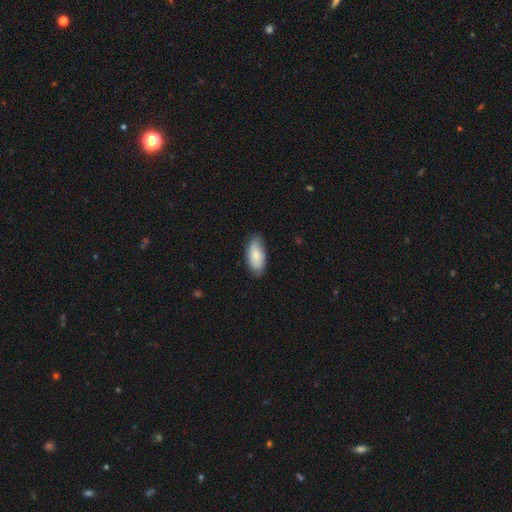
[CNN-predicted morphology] Smooth or featured? Predicted: smooth (p=0.80). How rounded? Predicted: in between (p=0.92). Merging? Predicted: none (p=0.79).